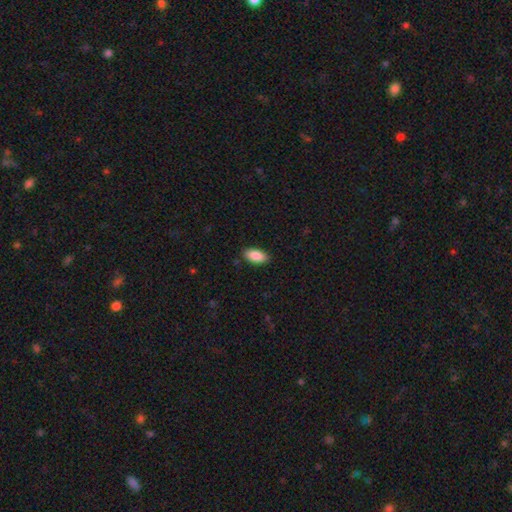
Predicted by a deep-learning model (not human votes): smooth-or-featured: smooth: 88% | star or artifact: 7% | featured or disk: 5%
  how-rounded: in between: 92% | cigar-shaped: 5% | round: 2%
  merging: none: 89% | minor disturbance: 8% | major disturbance: 2% | merger: 1%